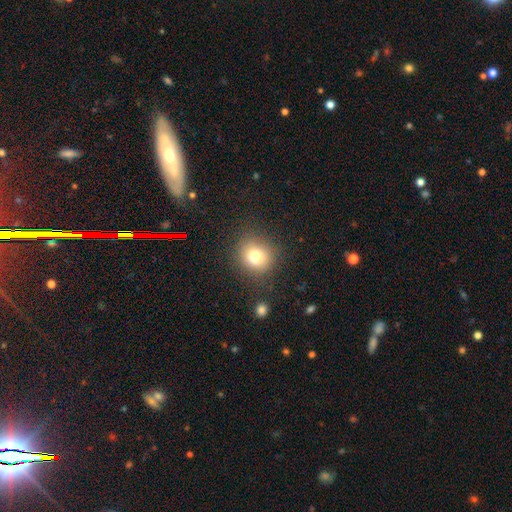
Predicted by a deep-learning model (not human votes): A smooth galaxy with no disk features (78%) that is round (81%). Merging: none (82%).